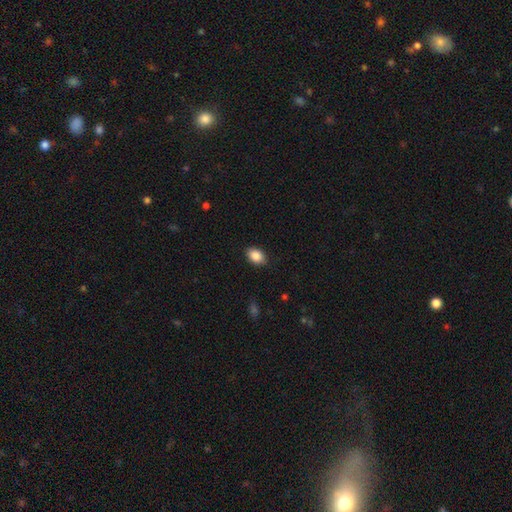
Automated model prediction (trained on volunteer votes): Smooth or featured?
  - smooth: 89% *
  - star or artifact: 7%
  - featured or disk: 4%
How rounded?
  - in between: 82% *
  - round: 17%
  - cigar-shaped: 1%
Merging?
  - none: 86% *
  - minor disturbance: 11%
  - major disturbance: 2%
  - merger: 1%